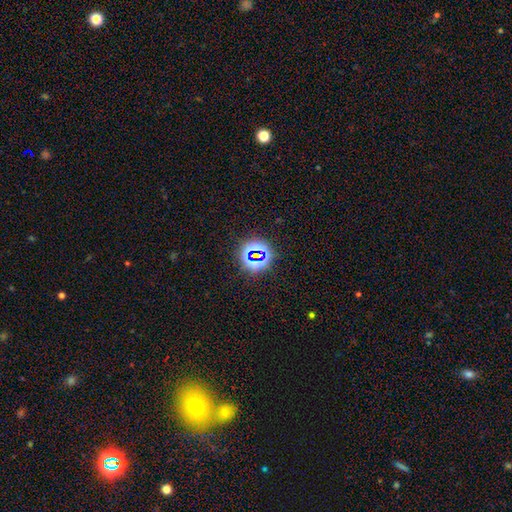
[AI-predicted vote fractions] This is likely a star or artifact rather than a galaxy (71%).